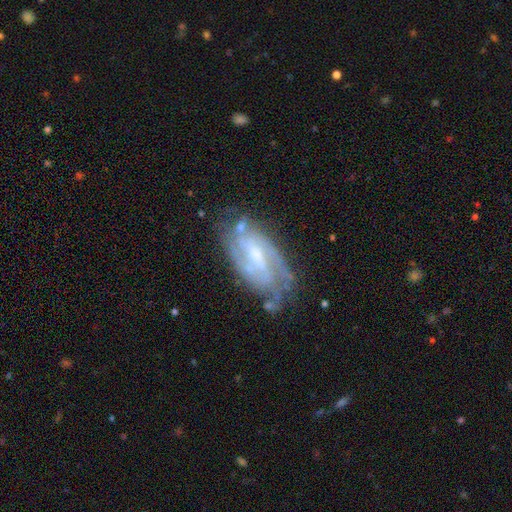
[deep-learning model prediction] This is clearly a featured or disk galaxy (84%). It is clearly not viewed edge-on (94%). Bar: possibly weak (51%). Spiral arm pattern: clearly yes (92%). Spiral arm count: marginally 2 (40%). Spiral winding: possibly tight (50%). Central bulge: possibly small (49%). Merging: likely none (65%).